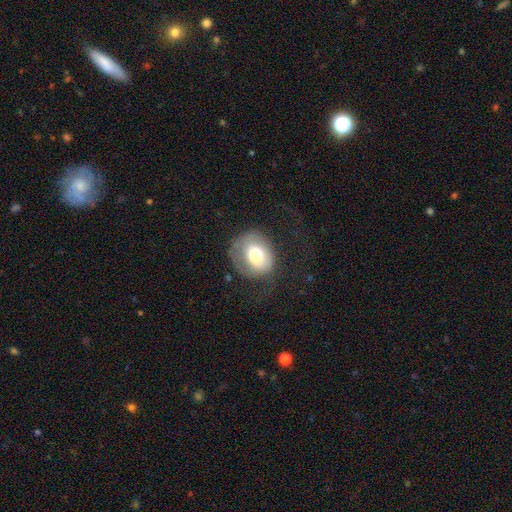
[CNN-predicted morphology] Smooth or featured?
  - smooth: 66% *
  - featured or disk: 26%
  - star or artifact: 8%
How rounded?
  - round: 64% *
  - in between: 35%
  - cigar-shaped: 1%
Merging?
  - none: 48% *
  - major disturbance: 27%
  - minor disturbance: 24%
  - merger: 2%